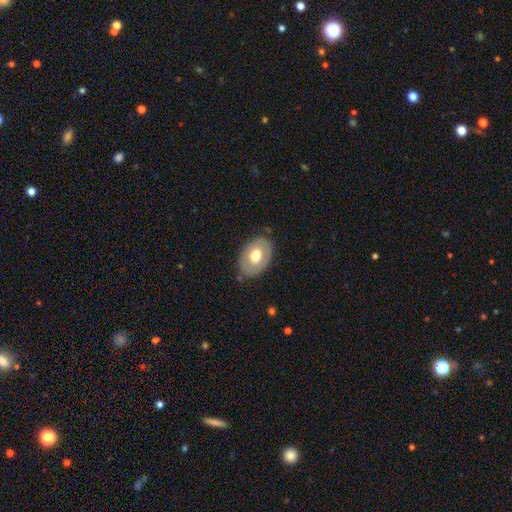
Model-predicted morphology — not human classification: The model was most divided on "smooth or featured": smooth: 59%, featured or disk: 35%, star or artifact: 6%. More confident: how rounded — in between (81%); merging — none (79%).